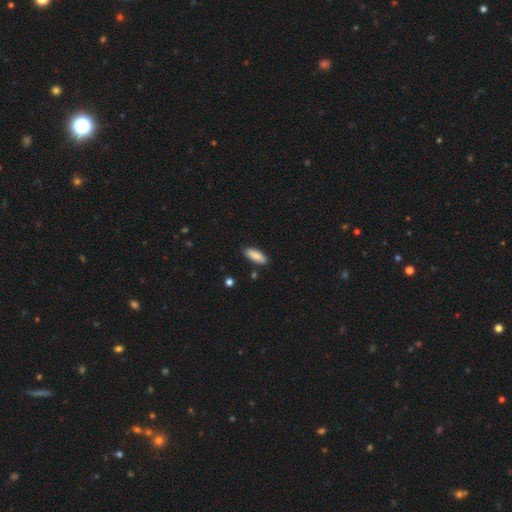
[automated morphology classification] Overall: smooth (88%). How rounded: in between (64%; cigar-shaped 35%). Merging: none (87%).